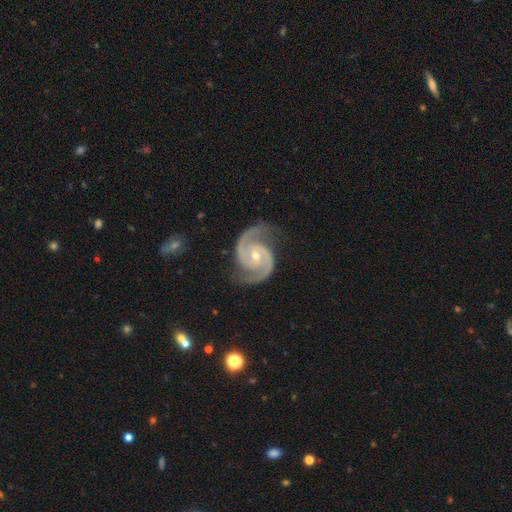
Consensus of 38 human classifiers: Morphology: type=featured or disk (92%); edge-on=no (94%); bar=no (55%); spiral arms=yes (100%); winding=medium (55%); arm count=2 (100%); bulge=small (55%); merging=none (78%).